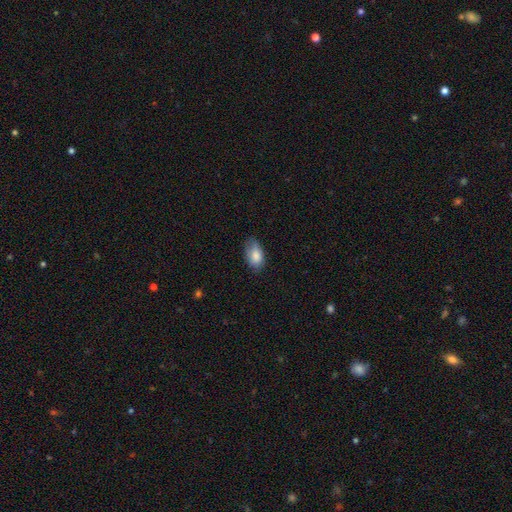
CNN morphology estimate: Smooth or featured? Predicted: smooth (p=0.82). How rounded? Predicted: in between (p=0.92). Merging? Predicted: none (p=0.63).